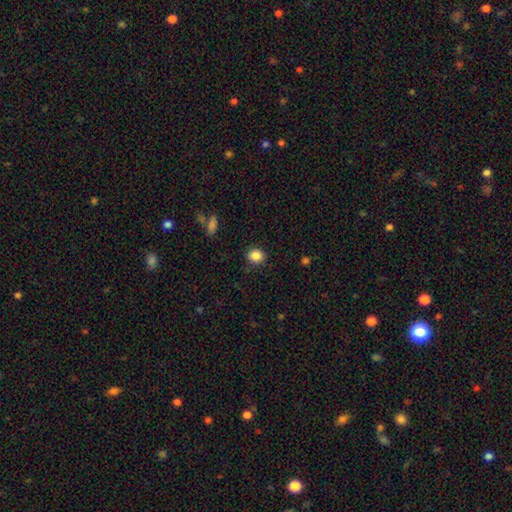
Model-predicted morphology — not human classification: Smooth or featured: smooth — 86% (star or artifact — 10%)
How rounded: round — 71% (in between — 28%)
Merging: none — 87% (minor disturbance — 9%)